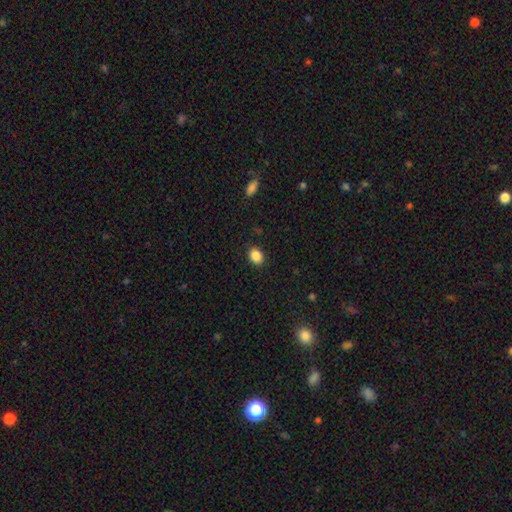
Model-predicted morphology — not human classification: Smooth or featured: smooth — 87% (star or artifact — 9%)
How rounded: in between — 66% (round — 33%)
Merging: none — 89% (minor disturbance — 8%)